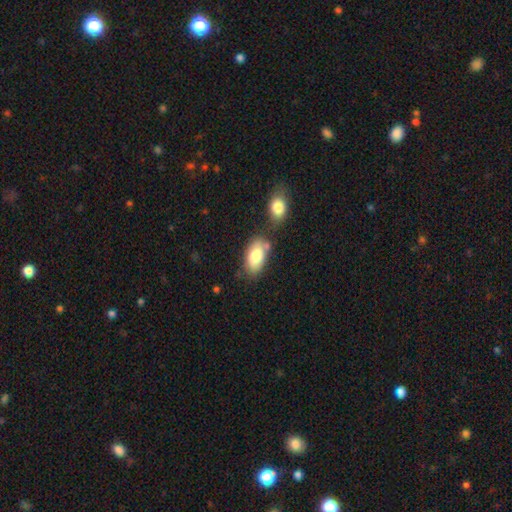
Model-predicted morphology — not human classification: smooth 81%, featured or disk 13%, star or artifact 7%. Down the decision tree: how rounded — in between (93%); merging — none (55%).